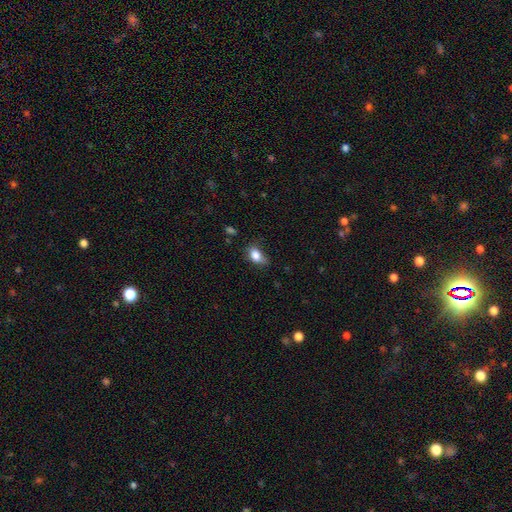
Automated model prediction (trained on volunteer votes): Q: Smooth or featured?
A: smooth (84%); runner-up: star or artifact (9%)
Q: How rounded?
A: in between (85%); runner-up: round (13%)
Q: Merging?
A: none (55%); runner-up: minor disturbance (34%)